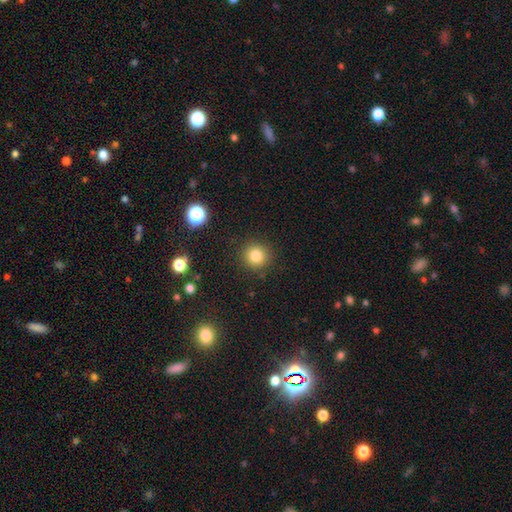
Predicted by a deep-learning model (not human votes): This appears to be a smooth galaxy with no disk features (81%) that is round (93%). Merging: none (90%).